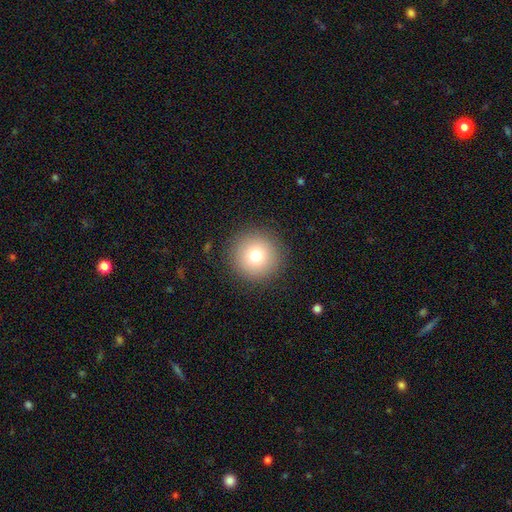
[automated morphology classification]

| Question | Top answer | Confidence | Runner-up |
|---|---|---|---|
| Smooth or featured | smooth | 77% | star or artifact (12%) |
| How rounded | round | 96% | in between (3%) |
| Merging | none | 91% | minor disturbance (6%) |